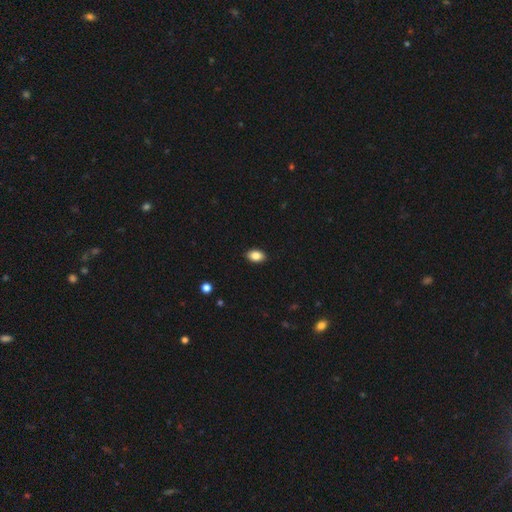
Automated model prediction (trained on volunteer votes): smooth_or_featured: smooth (p=0.86) [alt: star or artifact p=0.08]
how_rounded: in between (p=0.86) [alt: round p=0.12]
merging: none (p=0.90) [alt: minor disturbance p=0.07]